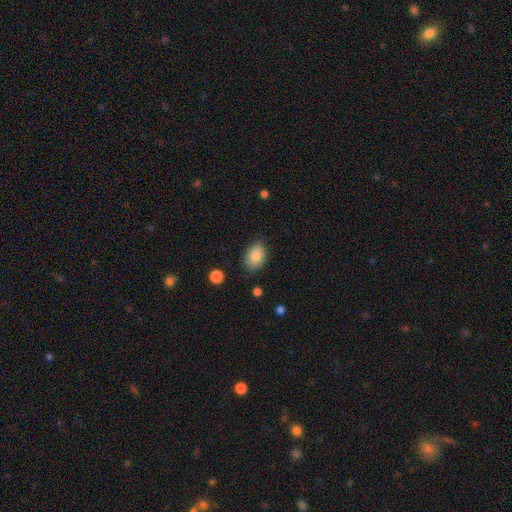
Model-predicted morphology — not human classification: Q: Smooth or featured?
A: smooth (85%); runner-up: featured or disk (8%)
Q: How rounded?
A: in between (83%); runner-up: round (15%)
Q: Merging?
A: none (80%); runner-up: minor disturbance (15%)